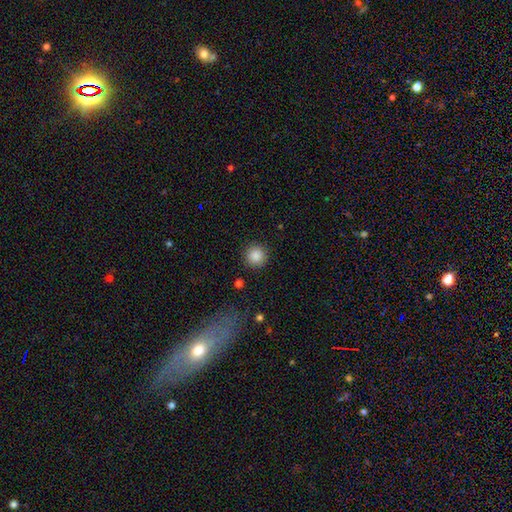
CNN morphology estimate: A smooth galaxy with no disk features (87%) that is round (95%). Merging: none (90%).